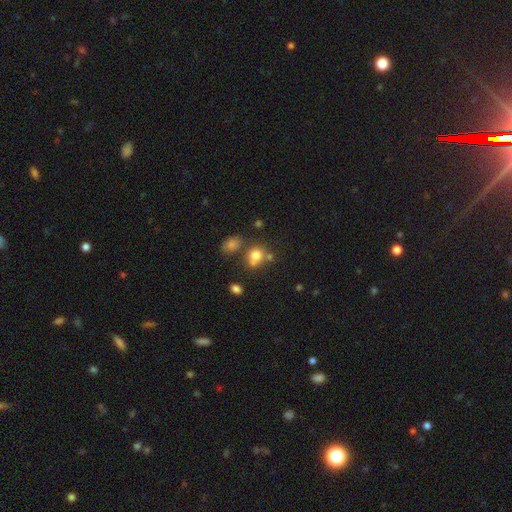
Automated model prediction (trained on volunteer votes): smooth 74%, star or artifact 14%, featured or disk 12%. Down the decision tree: how rounded — round (71%); merging — none (47%).